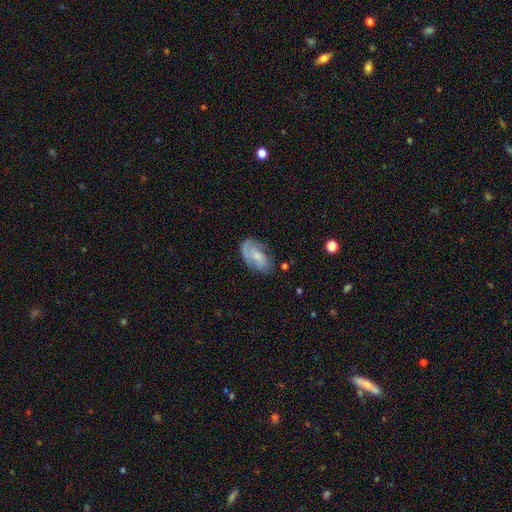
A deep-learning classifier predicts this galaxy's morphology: smooth 51%, featured or disk 42%, star or artifact 7%. Down the decision tree: how rounded — in between (91%); merging — none (58%).